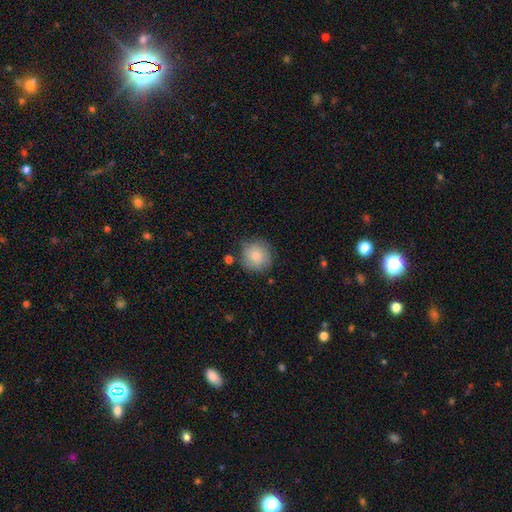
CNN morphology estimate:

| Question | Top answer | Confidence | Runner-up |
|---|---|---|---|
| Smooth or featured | smooth | 77% | featured or disk (16%) |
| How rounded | round | 92% | in between (7%) |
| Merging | none | 75% | minor disturbance (18%) |